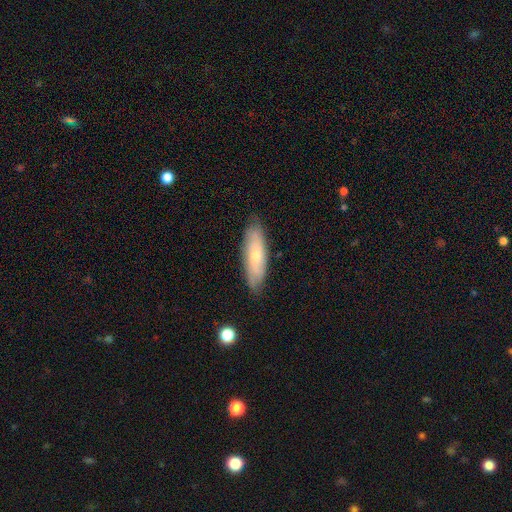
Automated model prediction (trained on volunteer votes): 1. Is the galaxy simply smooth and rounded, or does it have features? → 49% smooth, 45% featured or disk, 7% star or artifact.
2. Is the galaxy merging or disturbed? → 82% none, 14% minor disturbance, 3% major disturbance, 1% merger.